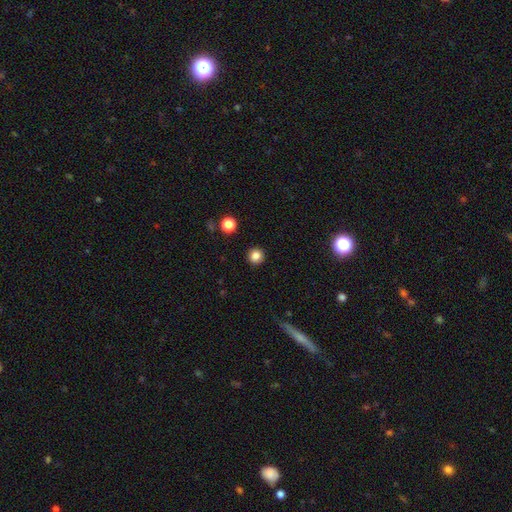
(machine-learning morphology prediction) smooth_or_featured: smooth (p=0.84) [alt: star or artifact p=0.12]
how_rounded: round (p=0.95) [alt: in between p=0.04]
merging: none (p=0.93) [alt: minor disturbance p=0.04]